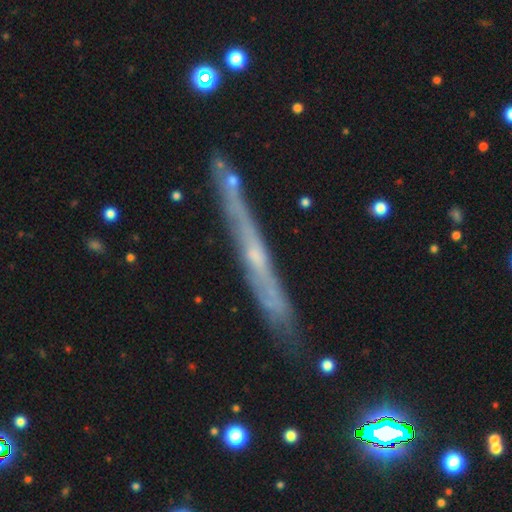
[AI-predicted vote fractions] featured or disk 67%, smooth 25%, star or artifact 8%. Down the decision tree: edge-on disk — yes (90%); edge-on bulge — none (65%); merging — none (79%).